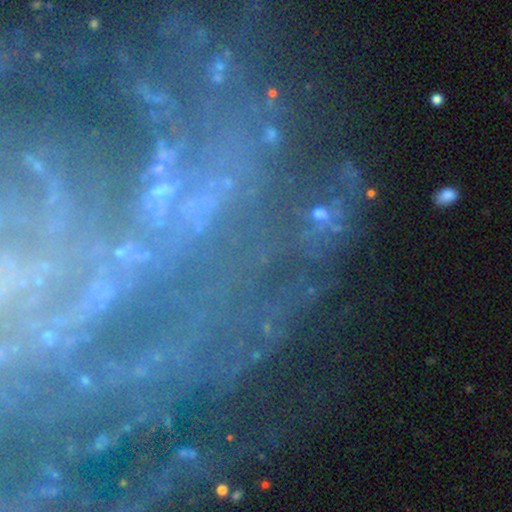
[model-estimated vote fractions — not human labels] Smooth or featured?
  - featured or disk: 67% *
  - star or artifact: 23%
  - smooth: 10%
Edge-on disk?
  - no: 95% *
  - yes: 5%
Bar?
  - no: 47% *
  - weak: 28%
  - strong: 25%
Spiral arms?
  - yes: 86% *
  - no: 14%
Spiral winding?
  - tight: 67% *
  - medium: 23%
  - loose: 10%
Spiral arm count?
  - can't tell: 32% *
  - 2: 15%
  - 3: 15%
  - more than 4: 13%
  - 4: 13%
  - 1: 12%
Bulge size?
  - small: 58% *
  - none: 18%
  - moderate: 18%
  - large: 4%
  - dominant: 3%
Merging?
  - none: 66% *
  - minor disturbance: 16%
  - major disturbance: 13%
  - merger: 4%